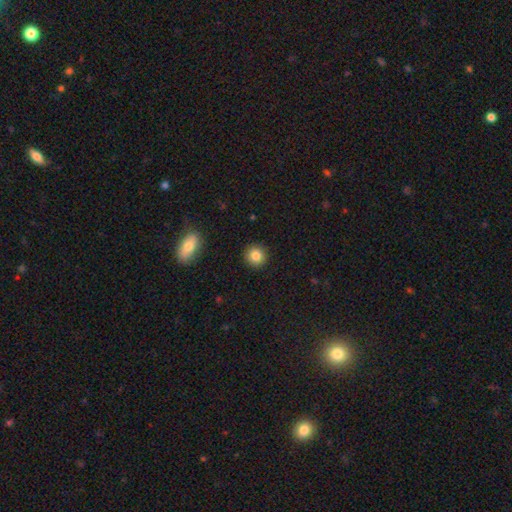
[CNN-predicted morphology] This is clearly a smooth galaxy (85%). How rounded: clearly round (92%). Merging: clearly none (92%).